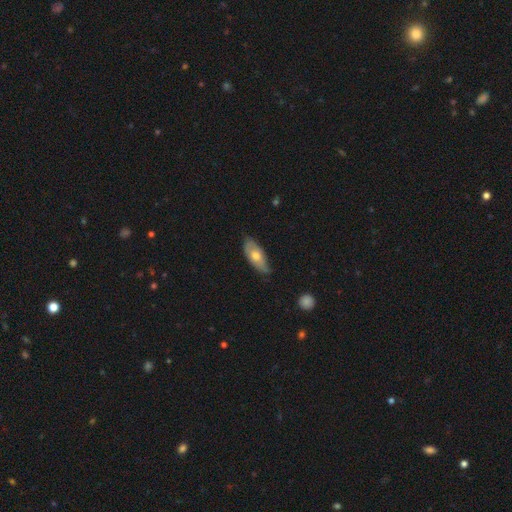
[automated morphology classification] Overall: smooth (59%; featured or disk 35%). How rounded: in between (83%). Merging: none (61%; minor disturbance 32%).